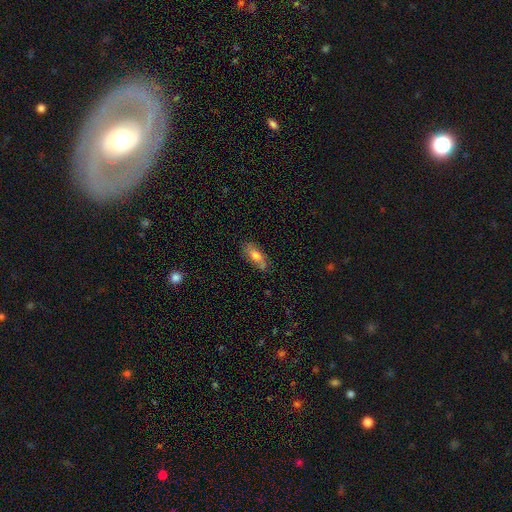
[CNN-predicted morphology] Smooth or featured? smooth (65%)
How rounded? in between (80%)
Merging? none (75%)